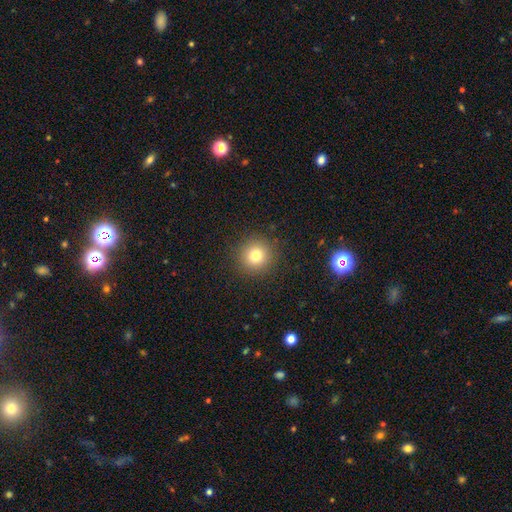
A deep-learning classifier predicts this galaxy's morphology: The model was most divided on "smooth or featured": smooth: 79%, star or artifact: 13%, featured or disk: 8%. More confident: how rounded — round (94%); merging — none (91%).